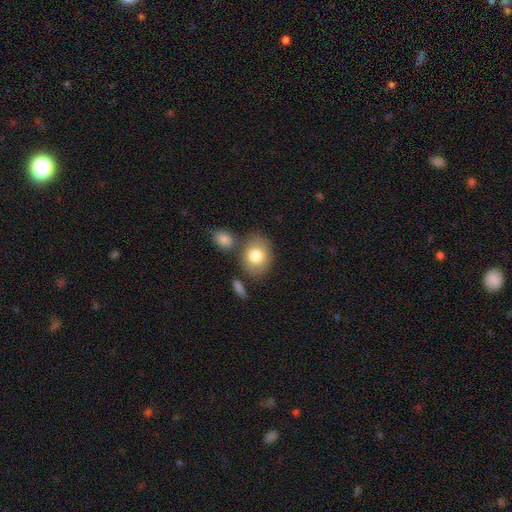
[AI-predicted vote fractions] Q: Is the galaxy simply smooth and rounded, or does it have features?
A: smooth — 77%.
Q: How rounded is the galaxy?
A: in between — 59%.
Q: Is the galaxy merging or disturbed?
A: none — 70%.